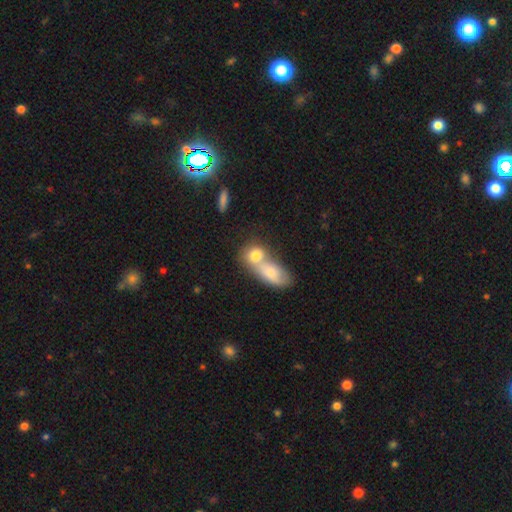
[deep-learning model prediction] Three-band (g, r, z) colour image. It shows a smooth galaxy with no disk features (76%) that is in between round and cigar-shaped (52%). Merging: merger (62%).